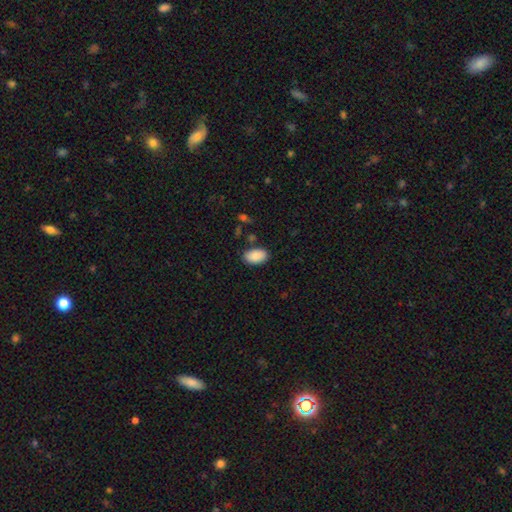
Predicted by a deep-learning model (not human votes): A smooth galaxy with no disk features (89%) that is in between round and cigar-shaped (94%).

Vote fractions:
- Smooth or featured? smooth: 89% / star or artifact: 6% / featured or disk: 5%
- How rounded? in between: 94% / round: 5% / cigar-shaped: 1%
- Merging? none: 82% / minor disturbance: 12% / merger: 3% / major disturbance: 3%